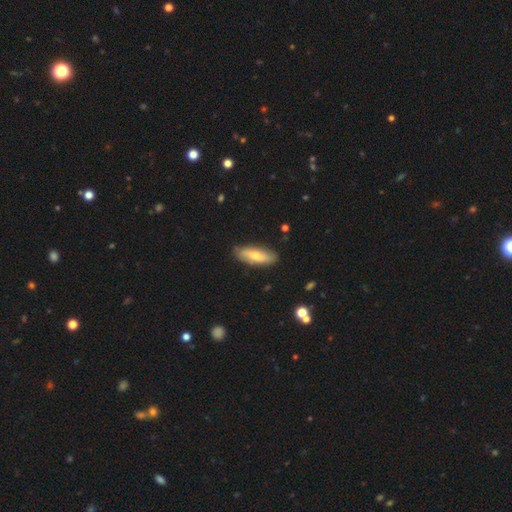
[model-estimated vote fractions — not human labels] This is likely a smooth galaxy (64%). How rounded: likely in between (62%). Merging: clearly none (84%).